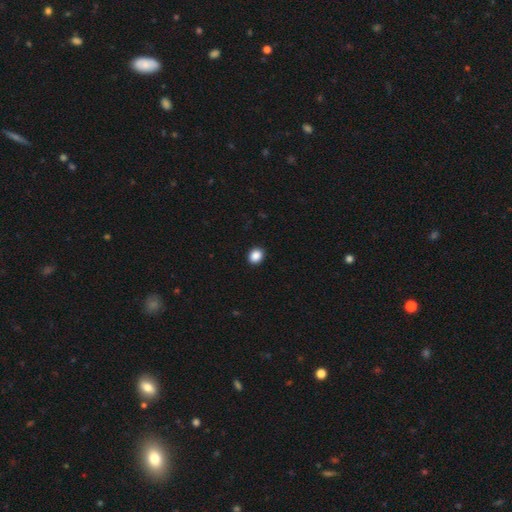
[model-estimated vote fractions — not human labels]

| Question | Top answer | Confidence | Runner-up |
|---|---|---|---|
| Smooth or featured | smooth | 88% | star or artifact (9%) |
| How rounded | round | 62% | in between (37%) |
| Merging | none | 92% | minor disturbance (6%) |